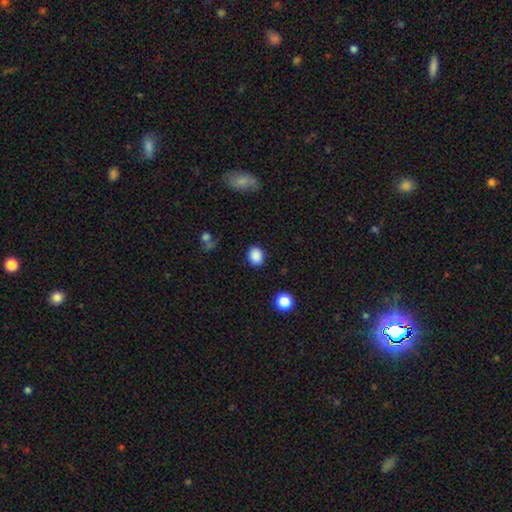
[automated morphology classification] type=smooth (88%); roundness=round (54%); merging=none (88%).